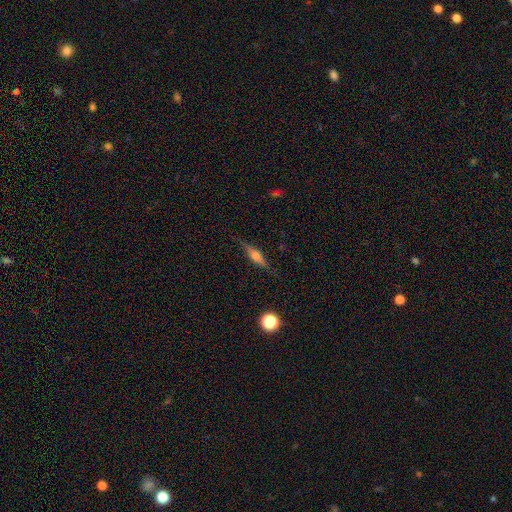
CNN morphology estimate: Smooth or featured? featured or disk (65%)
Edge-on disk? yes (96%)
Edge-on bulge? rounded (89%)
Merging? none (84%)